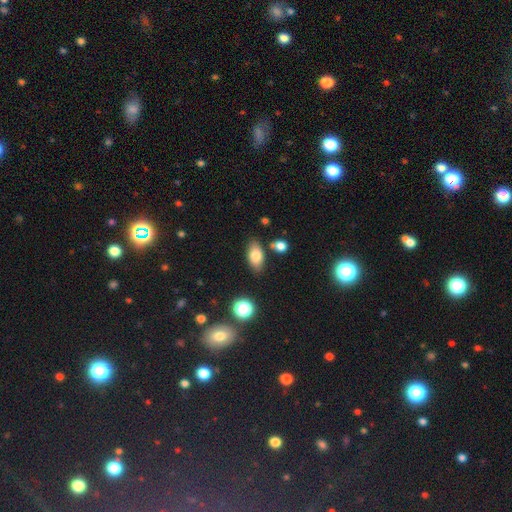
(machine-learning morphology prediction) smooth 78%, featured or disk 13%, star or artifact 9%. Down the decision tree: how rounded — in between (89%); merging — none (78%).